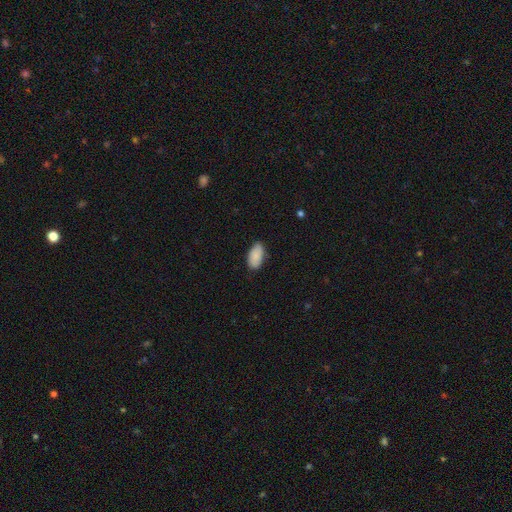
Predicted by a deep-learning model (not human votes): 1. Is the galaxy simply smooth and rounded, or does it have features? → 88% smooth, 6% star or artifact, 6% featured or disk.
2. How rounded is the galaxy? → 94% in between, 3% round, 3% cigar-shaped.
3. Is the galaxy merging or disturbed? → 80% none, 17% minor disturbance, 3% major disturbance, 1% merger.